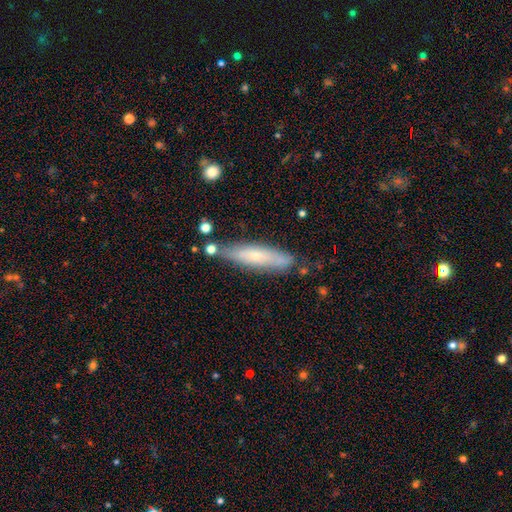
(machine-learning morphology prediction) Q: Smooth or featured?
A: smooth (51%); runner-up: featured or disk (42%)
Q: How rounded?
A: cigar-shaped (76%); runner-up: in between (22%)
Q: Merging?
A: none (74%); runner-up: minor disturbance (17%)